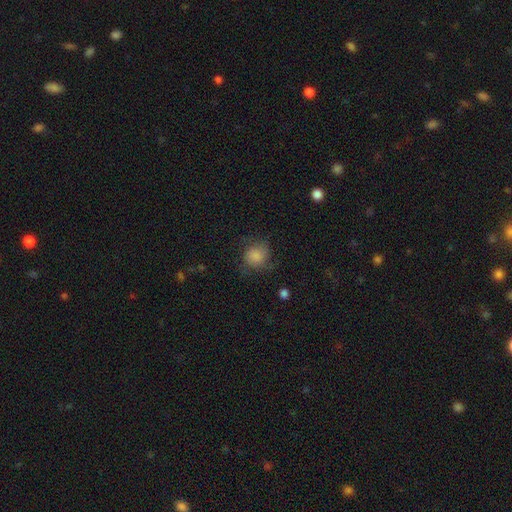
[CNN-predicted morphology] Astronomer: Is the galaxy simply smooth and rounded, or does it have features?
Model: smooth — 76%.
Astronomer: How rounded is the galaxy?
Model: round — 82%.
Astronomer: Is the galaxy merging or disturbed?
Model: none — 62%.